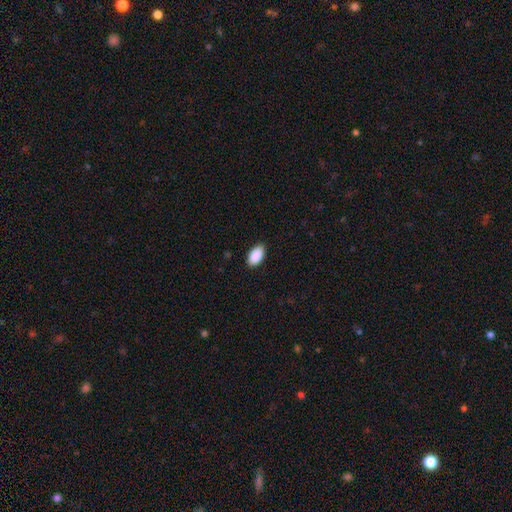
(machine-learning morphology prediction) A smooth galaxy with no disk features (91%) that is in between round and cigar-shaped (95%).

Vote fractions:
- Smooth or featured? smooth: 91% / star or artifact: 6% / featured or disk: 3%
- How rounded? in between: 95% / round: 3% / cigar-shaped: 2%
- Merging? none: 88% / minor disturbance: 10% / major disturbance: 2% / merger: 1%